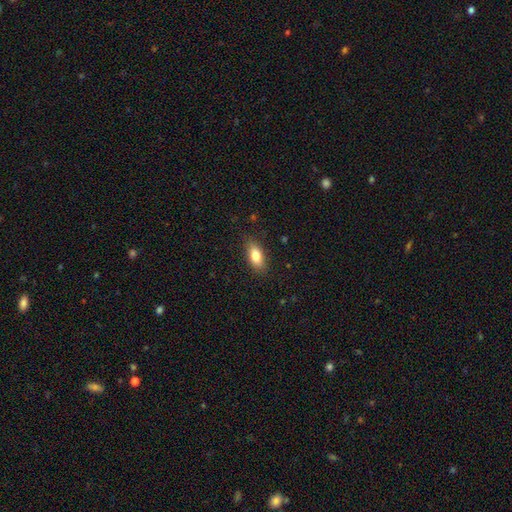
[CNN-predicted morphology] This appears to be a smooth galaxy with no disk features (79%) that is in between round and cigar-shaped (83%). Merging: none (85%).